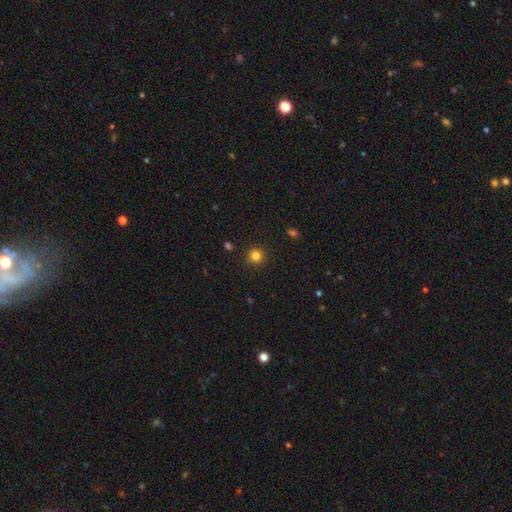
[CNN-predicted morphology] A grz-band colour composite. It shows a smooth galaxy with no disk features (83%) that is round (94%). Merging: none (91%).